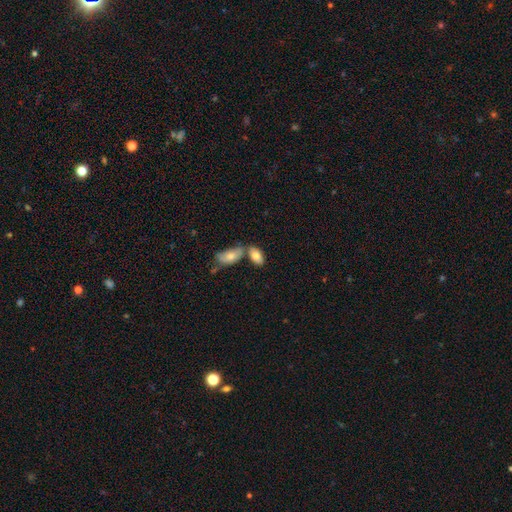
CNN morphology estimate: smooth_or_featured: smooth (p=0.80) [alt: featured or disk p=0.14]
how_rounded: in between (p=0.92) [alt: cigar-shaped p=0.05]
merging: none (p=0.45) [alt: merger p=0.39]